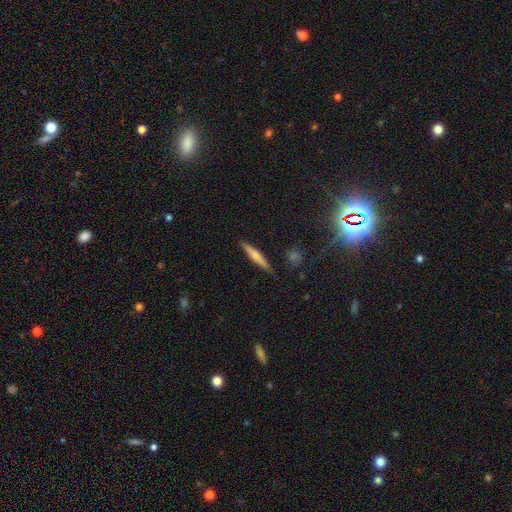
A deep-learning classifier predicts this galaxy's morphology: Q: Smooth or featured?
A: smooth (60%); runner-up: featured or disk (33%)
Q: How rounded?
A: cigar-shaped (91%); runner-up: in between (7%)
Q: Merging?
A: none (87%); runner-up: minor disturbance (9%)